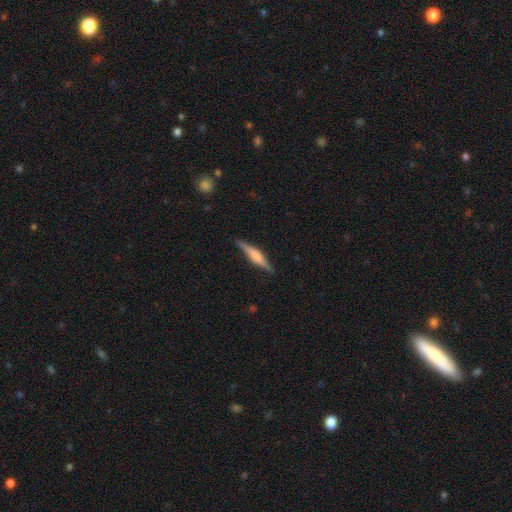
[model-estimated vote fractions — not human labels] The model was most divided on "edge-on bulge": rounded: 51%, boxy: 37%, none: 12%. More confident: edge-on disk — yes (97%); merging — none (86%); smooth or featured — featured or disk (57%).